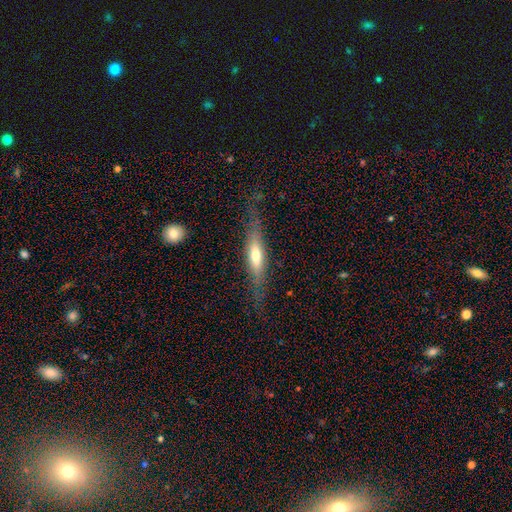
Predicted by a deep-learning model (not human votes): Q: Smooth or featured?
A: featured or disk (51%); runner-up: smooth (43%)
Q: Edge-on disk?
A: yes (85%); runner-up: no (15%)
Q: Merging?
A: none (76%); runner-up: minor disturbance (16%)